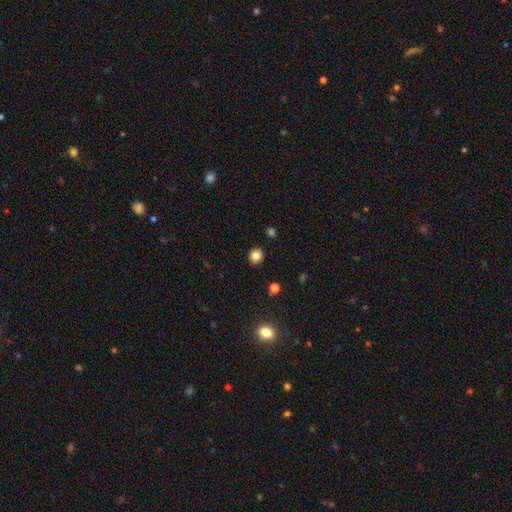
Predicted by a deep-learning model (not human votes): A smooth galaxy with no disk features (82%) that is round (85%). Merging: none (91%).